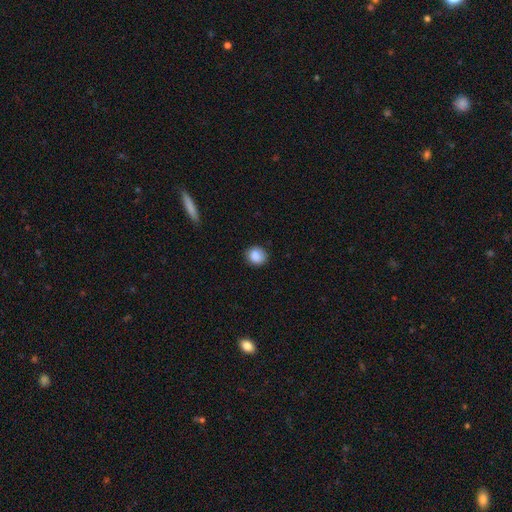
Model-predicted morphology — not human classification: type=smooth (87%); roundness=round (81%); merging=none (83%).